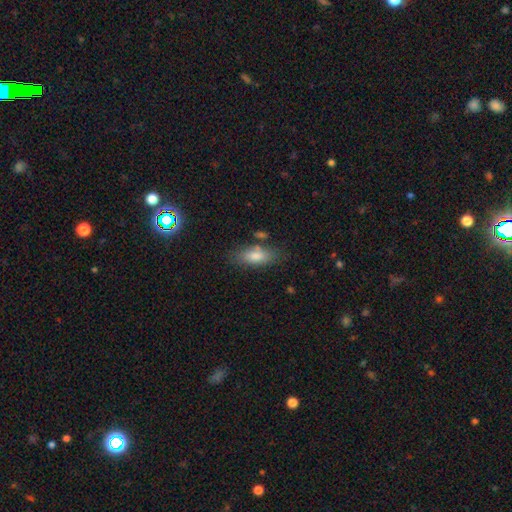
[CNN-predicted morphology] Smooth or featured: smooth — 76% (featured or disk — 14%)
How rounded: in between — 75% (cigar-shaped — 21%)
Merging: none — 76% (minor disturbance — 14%)